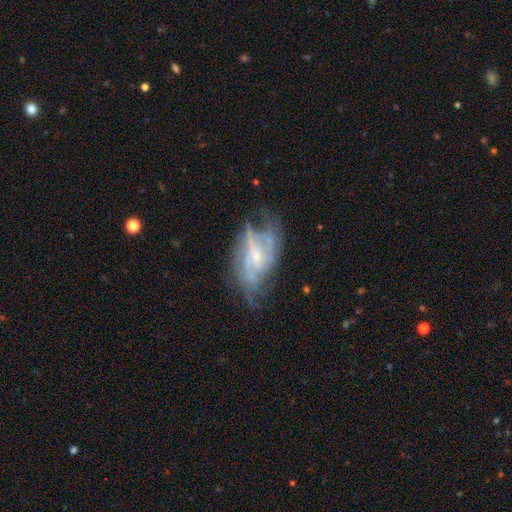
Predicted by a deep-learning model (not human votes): The model was most divided on "spiral arm count": can't tell: 41%, 2: 33%, 3: 12%, 4: 6%, 1: 4%, more than 4: 3%. Remaining: edge-on disk — no (92%); spiral arms — yes (81%); smooth or featured — featured or disk (78%); bulge size — small (63%); merging — none (52%); bar — weak (46%); spiral winding — medium (42%).